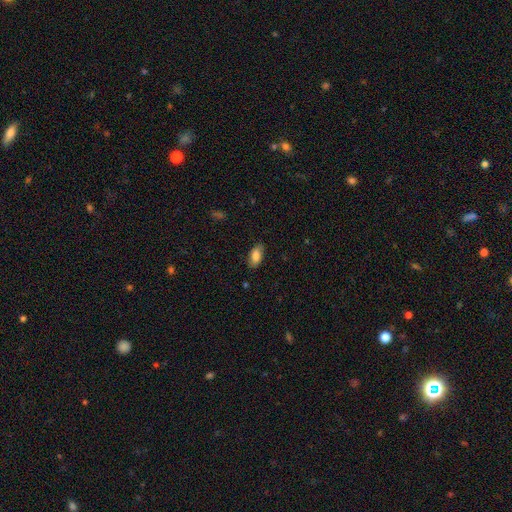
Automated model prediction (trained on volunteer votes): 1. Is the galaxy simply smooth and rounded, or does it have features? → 82% smooth, 11% featured or disk, 7% star or artifact.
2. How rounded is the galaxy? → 90% in between, 7% cigar-shaped, 3% round.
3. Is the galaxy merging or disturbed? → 80% none, 15% minor disturbance, 3% major disturbance, 1% merger.